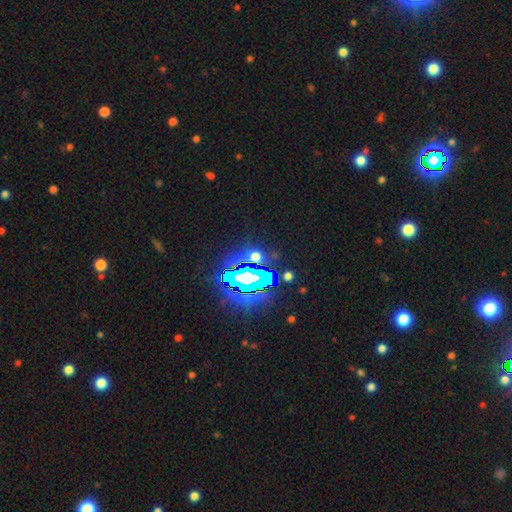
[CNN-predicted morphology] type=star or artifact (84%).